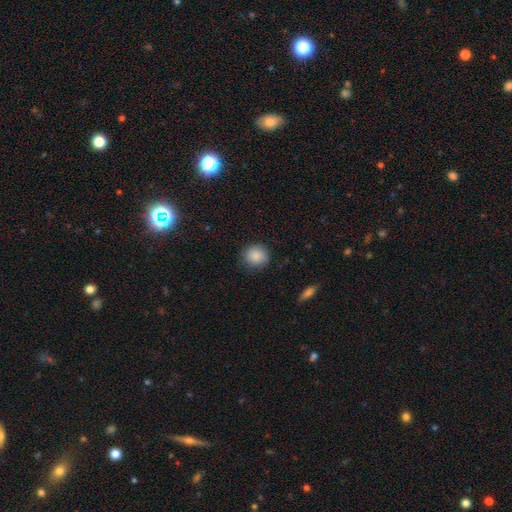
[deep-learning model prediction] Smooth or featured?
  - smooth: 87% *
  - star or artifact: 8%
  - featured or disk: 4%
How rounded?
  - round: 86% *
  - in between: 13%
  - cigar-shaped: 1%
Merging?
  - none: 85% *
  - minor disturbance: 11%
  - major disturbance: 3%
  - merger: 1%